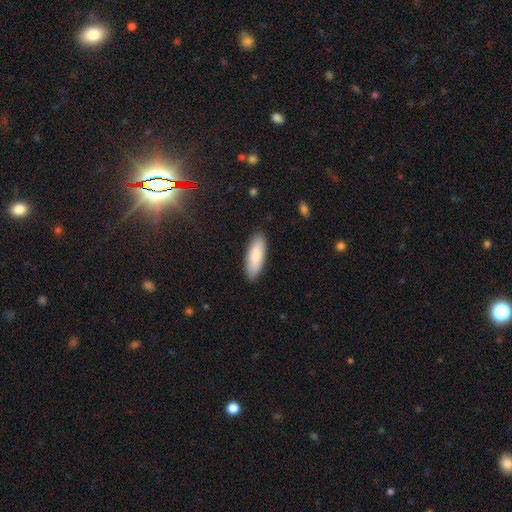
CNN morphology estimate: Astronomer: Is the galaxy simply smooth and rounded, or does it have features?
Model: smooth — 84%.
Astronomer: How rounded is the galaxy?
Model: in between — 68%.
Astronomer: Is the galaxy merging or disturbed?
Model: none — 88%.